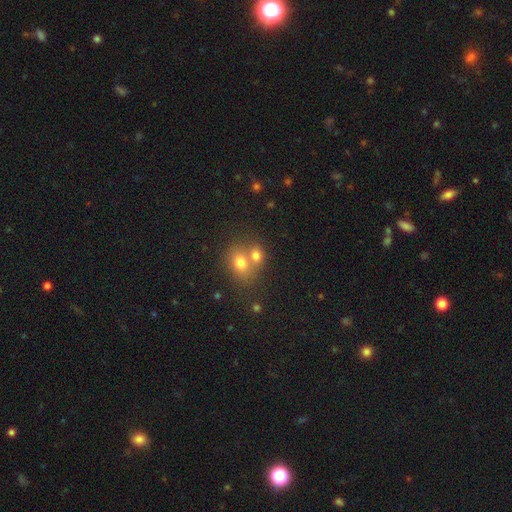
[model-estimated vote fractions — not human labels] Smooth or featured? smooth (74%)
How rounded? round (55%)
Merging? merger (58%)